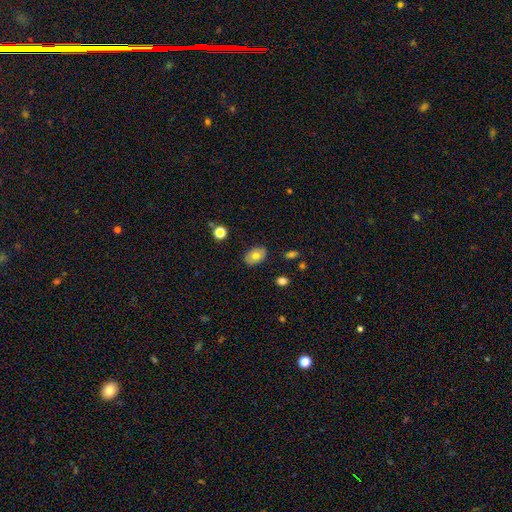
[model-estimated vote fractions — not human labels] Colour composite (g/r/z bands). It shows a smooth galaxy with no disk features (75%) that is in between round and cigar-shaped (85%). Merging: none (85%).